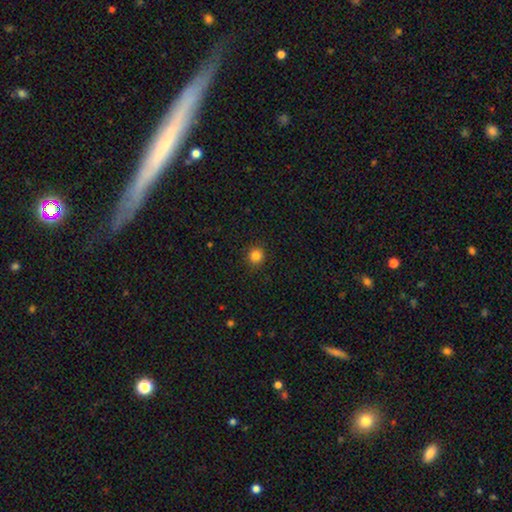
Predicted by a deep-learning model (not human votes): Overall: smooth (84%). How rounded: round (92%). Merging: none (91%).